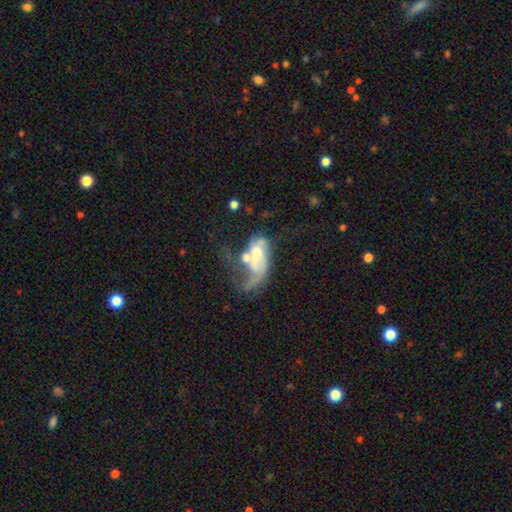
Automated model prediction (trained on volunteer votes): featured or disk 61%, smooth 30%, star or artifact 9%. Down the decision tree: edge-on disk — no (95%); bar — no (58%); spiral arms — yes (55%); bulge size — moderate (37%); merging — major disturbance (43%).